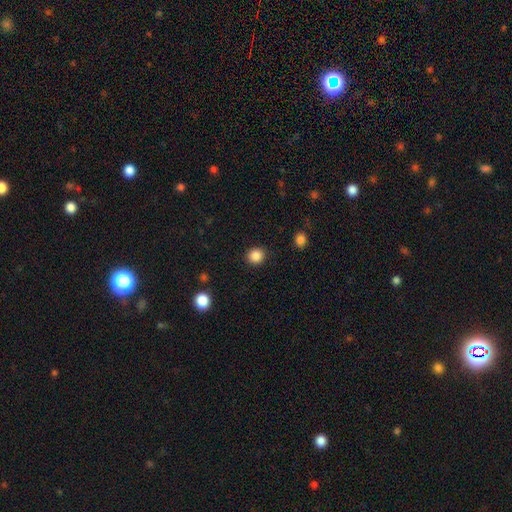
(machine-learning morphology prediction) Q: Smooth or featured?
A: smooth (87%); runner-up: star or artifact (10%)
Q: How rounded?
A: round (90%); runner-up: in between (9%)
Q: Merging?
A: none (91%); runner-up: minor disturbance (6%)